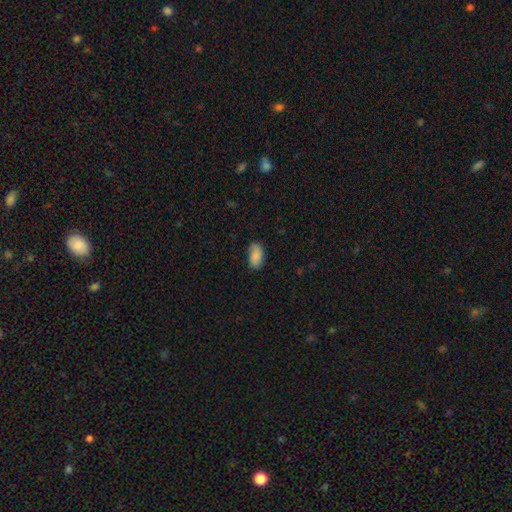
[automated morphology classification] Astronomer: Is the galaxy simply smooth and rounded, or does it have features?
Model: smooth — 87%.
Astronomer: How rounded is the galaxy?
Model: in between — 93%.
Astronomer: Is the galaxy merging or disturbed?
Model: none — 79%.